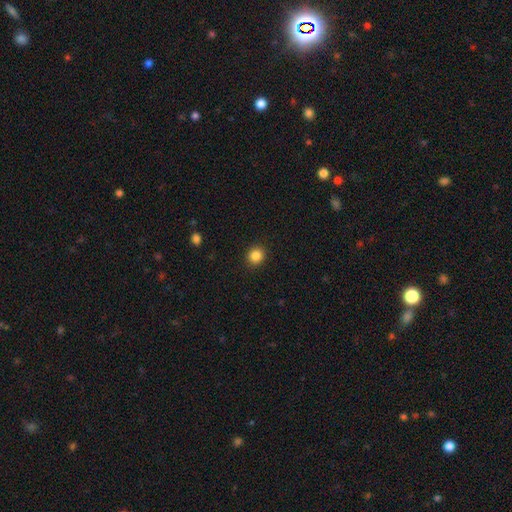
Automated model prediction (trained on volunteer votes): Smooth or featured? smooth (86%)
How rounded? round (89%)
Merging? none (92%)